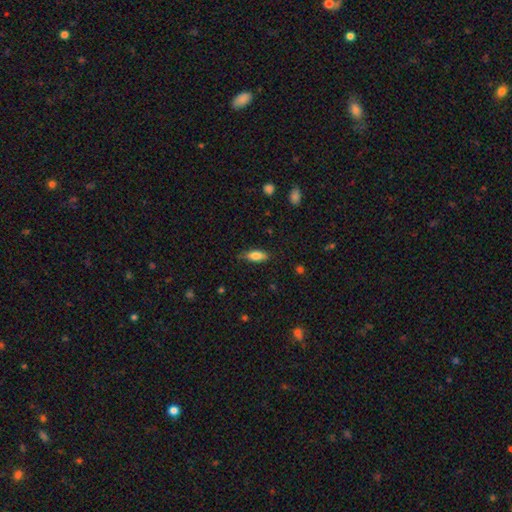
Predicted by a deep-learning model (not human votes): Smooth or featured? smooth (77%)
How rounded? in between (70%)
Merging? none (73%)